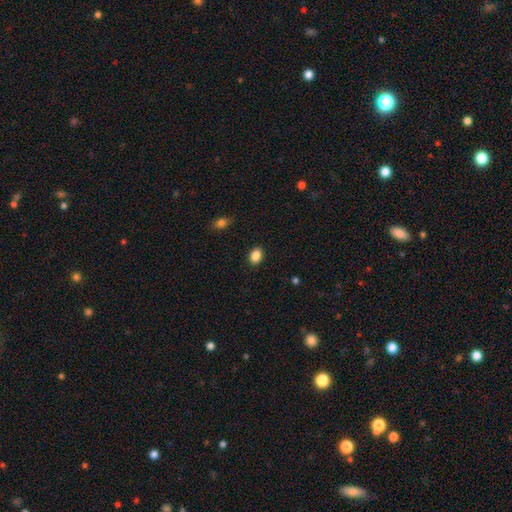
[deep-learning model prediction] Morphology: type=smooth (86%); roundness=in between (75%); merging=none (89%).